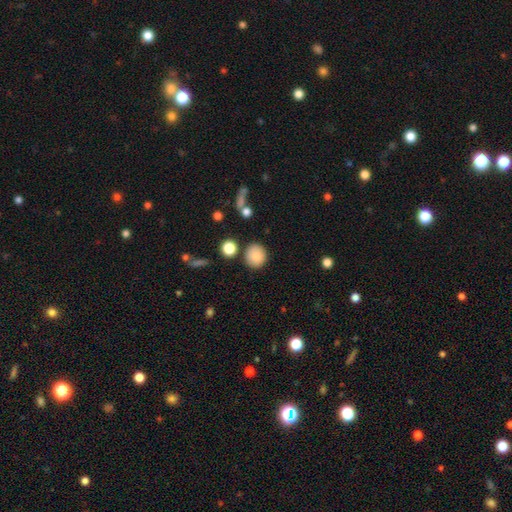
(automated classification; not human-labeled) Overall: smooth (85%). How rounded: round (81%). Merging: none (83%).